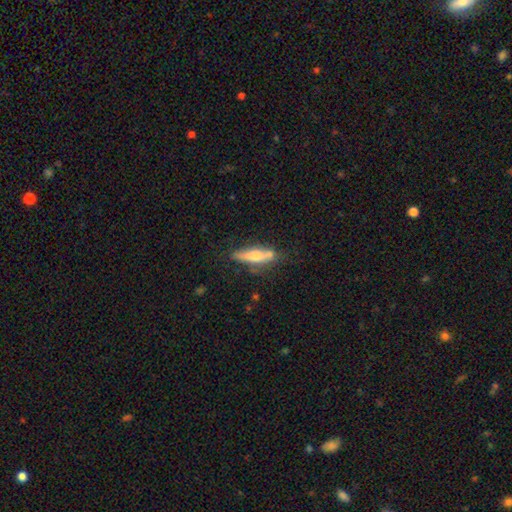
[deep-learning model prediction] A smooth galaxy with no disk features (58%) that is cigar-shaped (72%).

Vote fractions:
- Smooth or featured? smooth: 58% / featured or disk: 35% / star or artifact: 7%
- How rounded? cigar-shaped: 72% / in between: 26% / round: 2%
- Merging? none: 60% / minor disturbance: 21% / merger: 13% / major disturbance: 6%